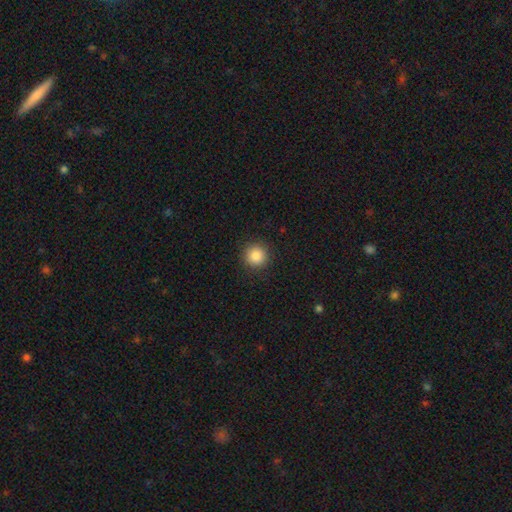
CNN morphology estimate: Smooth or featured: smooth — 87% (star or artifact — 10%)
How rounded: round — 95% (in between — 4%)
Merging: none — 92% (minor disturbance — 5%)